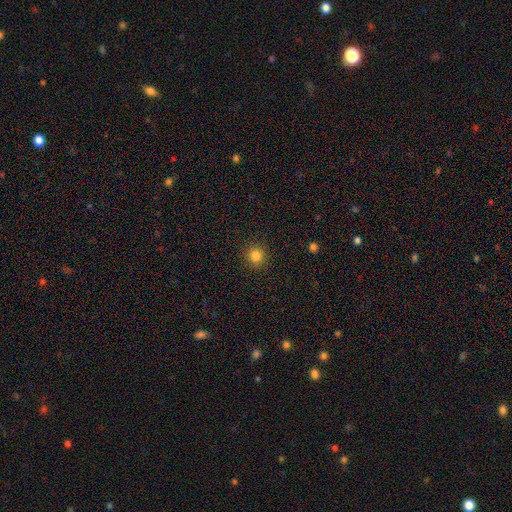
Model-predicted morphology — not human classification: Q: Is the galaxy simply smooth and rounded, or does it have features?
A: smooth — 83%.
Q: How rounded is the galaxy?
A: round — 92%.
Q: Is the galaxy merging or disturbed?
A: none — 91%.